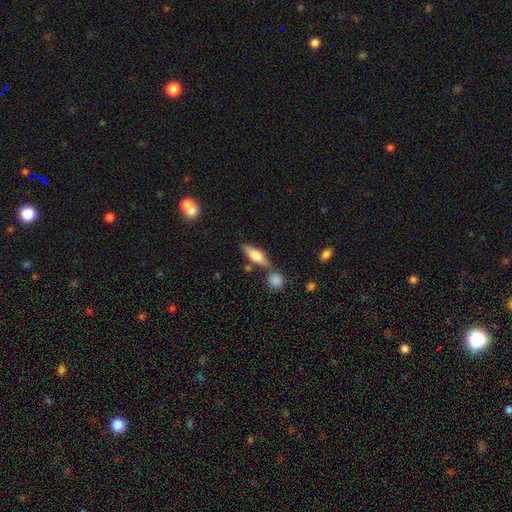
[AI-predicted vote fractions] This appears to be a smooth galaxy with no disk features (54%) that is in between round and cigar-shaped (52%). Merging: none (66%).